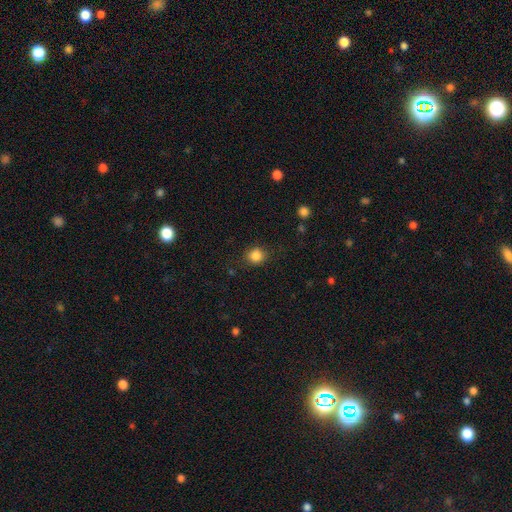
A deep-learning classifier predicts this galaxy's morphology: Smooth or featured?
  - smooth: 85% *
  - star or artifact: 11%
  - featured or disk: 4%
How rounded?
  - round: 82% *
  - in between: 17%
  - cigar-shaped: 1%
Merging?
  - none: 84% *
  - minor disturbance: 11%
  - major disturbance: 4%
  - merger: 1%